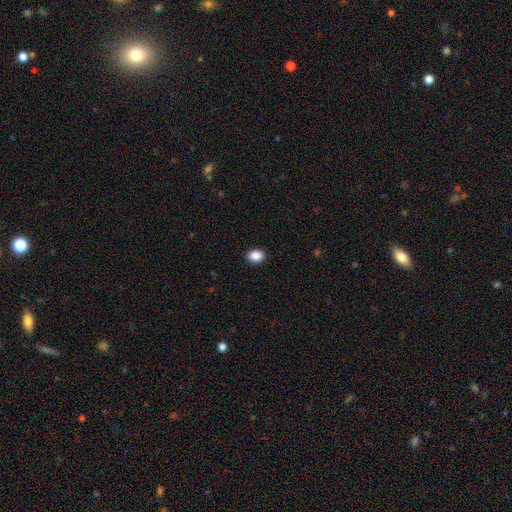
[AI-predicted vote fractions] Q: Smooth or featured?
A: smooth (89%); runner-up: star or artifact (8%)
Q: How rounded?
A: in between (74%); runner-up: round (25%)
Q: Merging?
A: none (91%); runner-up: minor disturbance (6%)